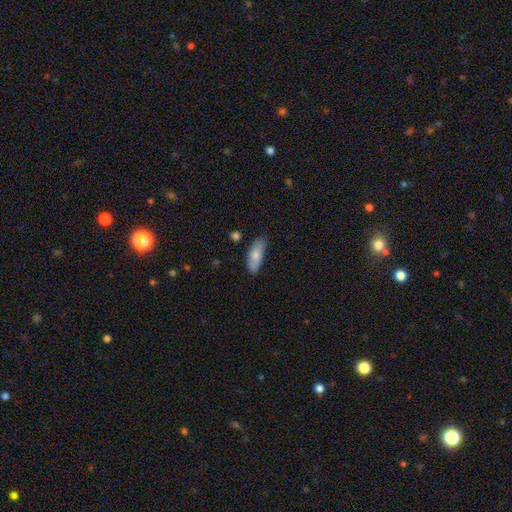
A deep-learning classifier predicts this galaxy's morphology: smooth 80%, featured or disk 14%, star or artifact 6%. Down the decision tree: how rounded — in between (70%); merging — none (69%).